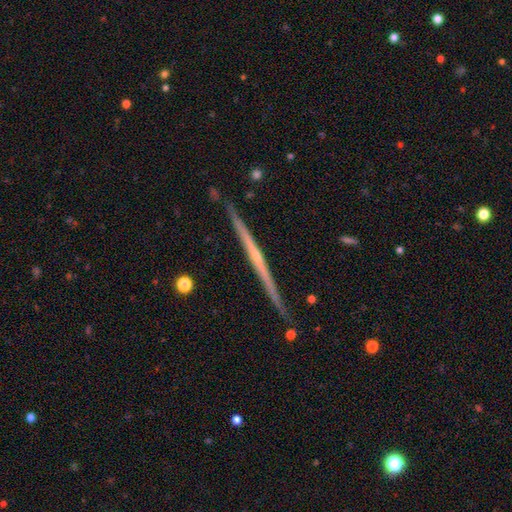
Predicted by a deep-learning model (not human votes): The model was most divided on "edge-on bulge": none: 64%, rounded: 31%, boxy: 5%. More confident: edge-on disk — yes (98%); merging — none (87%); smooth or featured — featured or disk (78%).